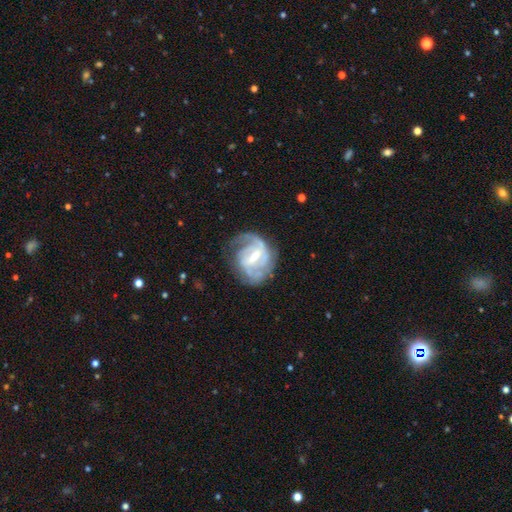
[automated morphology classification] A featured or disk galaxy (86%) with a weak bar (47%), 2 (56%) tight (44%) spiral arms (94%) and a moderate central bulge (49%).

Vote fractions:
- Smooth or featured? featured or disk: 86% / smooth: 8% / star or artifact: 5%
- Edge-on disk? no: 97% / yes: 3%
- Bar? weak: 47% / strong: 44% / no: 10%
- Spiral arms? yes: 94% / no: 6%
- Spiral winding? tight: 44% / medium: 43% / loose: 13%
- Spiral arm count? 2: 56% / can't tell: 18% / 3: 15% / 1: 5% / 4: 4% / more than 4: 3%
- Bulge size? moderate: 49% / small: 37% / none: 8% / large: 6% / dominant: 1%
- Merging? none: 64% / minor disturbance: 21% / major disturbance: 13% / merger: 2%